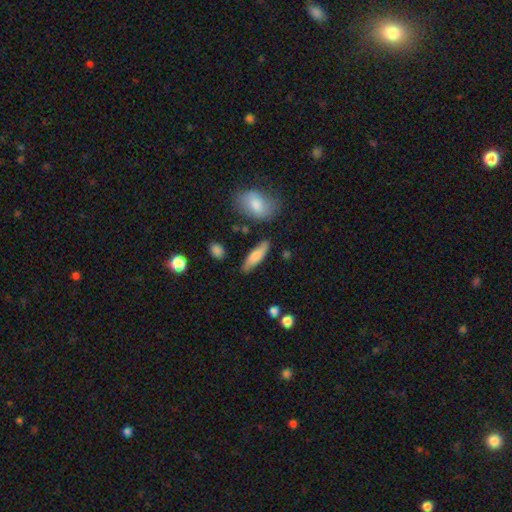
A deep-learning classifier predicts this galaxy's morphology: Overall: smooth (76%). How rounded: cigar-shaped (50%; in between 47%). Merging: none (79%).